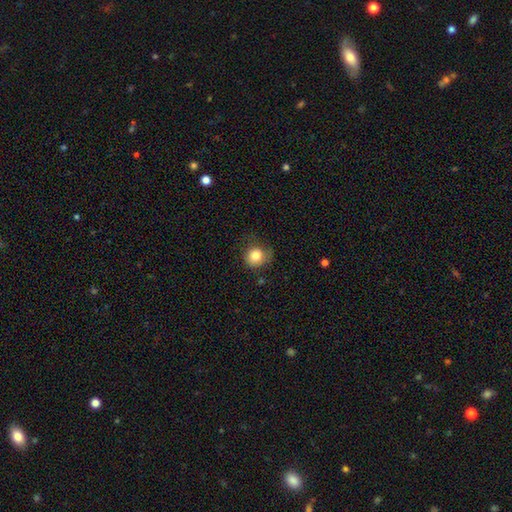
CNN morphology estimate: The model was most divided on "merging": none: 64%, minor disturbance: 25%, major disturbance: 9%, merger: 2%. More confident: how rounded — round (85%); smooth or featured — smooth (80%).